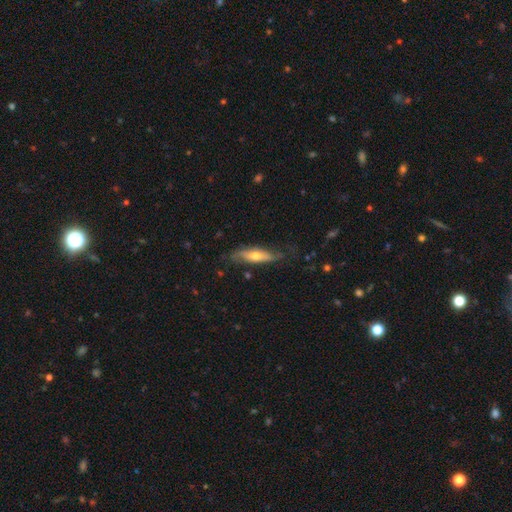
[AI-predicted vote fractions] featured or disk 54%, smooth 40%, star or artifact 6%. Down the decision tree: edge-on disk — yes (56%); merging — none (65%).